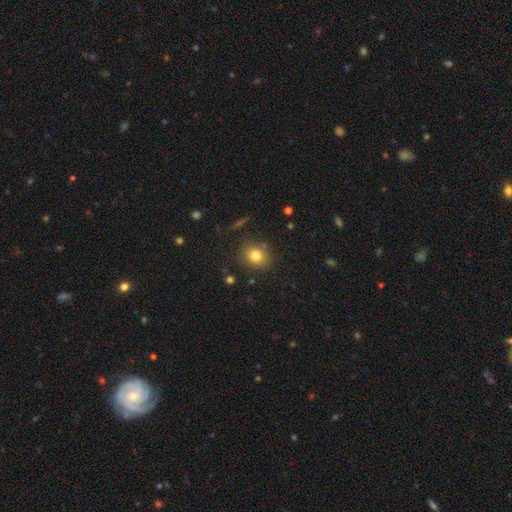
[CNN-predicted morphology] A smooth galaxy with no disk features (79%) that is round (72%).

Vote fractions:
- Smooth or featured? smooth: 79% / star or artifact: 12% / featured or disk: 9%
- How rounded? round: 72% / in between: 27% / cigar-shaped: 1%
- Merging? none: 83% / minor disturbance: 10% / major disturbance: 3% / merger: 3%